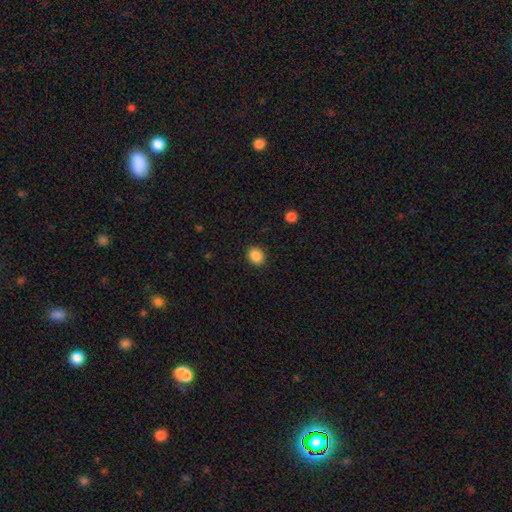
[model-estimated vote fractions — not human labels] Overall: smooth (88%). How rounded: round (63%; in between 36%). Merging: none (90%).